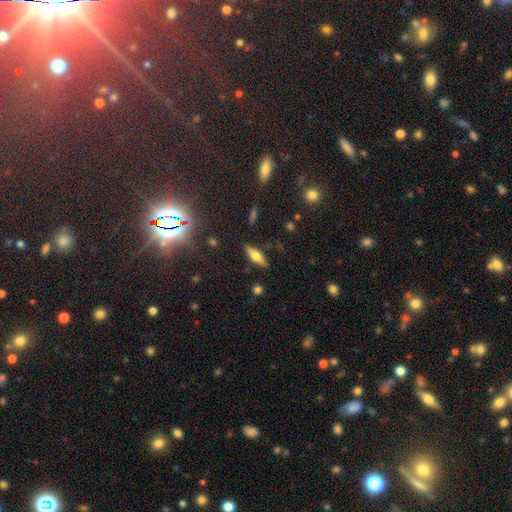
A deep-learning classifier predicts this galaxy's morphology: A smooth galaxy with no disk features (48%).

Vote fractions:
- Smooth or featured? smooth: 48% / featured or disk: 43% / star or artifact: 9%
- Merging? none: 86% / minor disturbance: 10% / major disturbance: 2% / merger: 2%